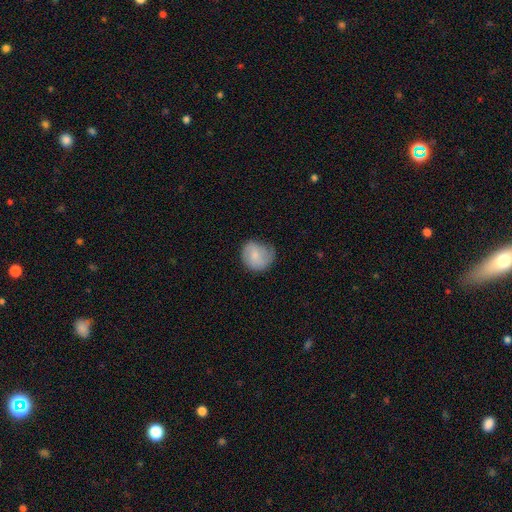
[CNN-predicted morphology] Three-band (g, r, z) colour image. It shows a smooth galaxy with no disk features (74%) that is round (80%). Merging: none (52%).